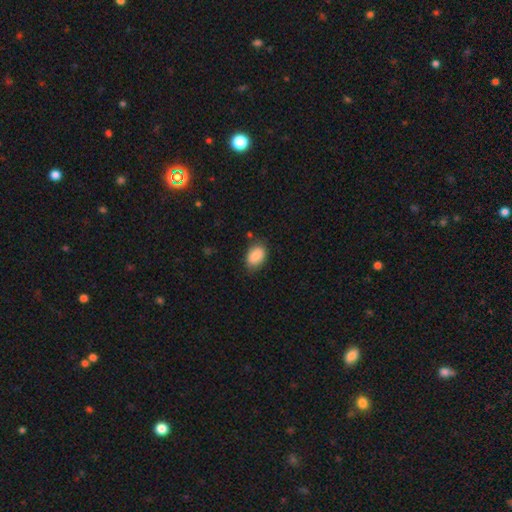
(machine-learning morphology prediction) A smooth galaxy with no disk features (87%) that is in between round and cigar-shaped (84%).

Vote fractions:
- Smooth or featured? smooth: 87% / star or artifact: 7% / featured or disk: 6%
- How rounded? in between: 84% / round: 15% / cigar-shaped: 1%
- Merging? none: 78% / minor disturbance: 17% / major disturbance: 4% / merger: 2%